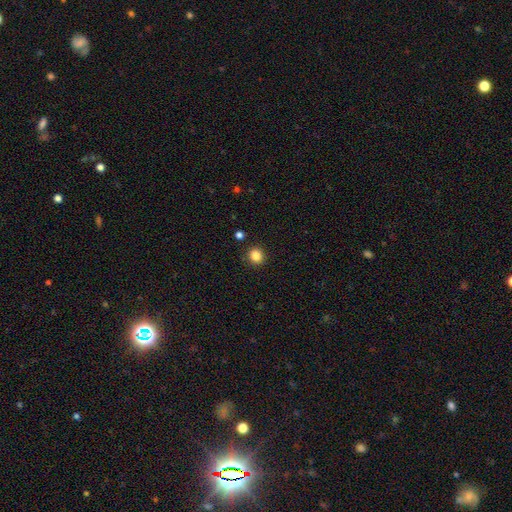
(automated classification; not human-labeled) A smooth galaxy with no disk features (85%) that is round (82%). Merging: none (90%).